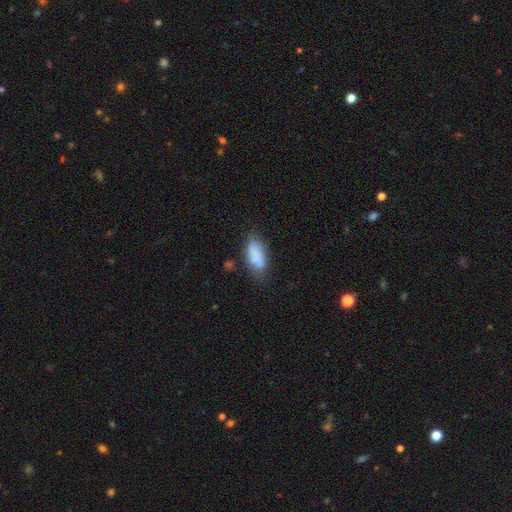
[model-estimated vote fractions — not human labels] A smooth galaxy with no disk features (81%) that is in between round and cigar-shaped (85%).

Vote fractions:
- Smooth or featured? smooth: 81% / featured or disk: 12% / star or artifact: 8%
- How rounded? in between: 85% / cigar-shaped: 13% / round: 2%
- Merging? none: 60% / minor disturbance: 28% / major disturbance: 8% / merger: 4%